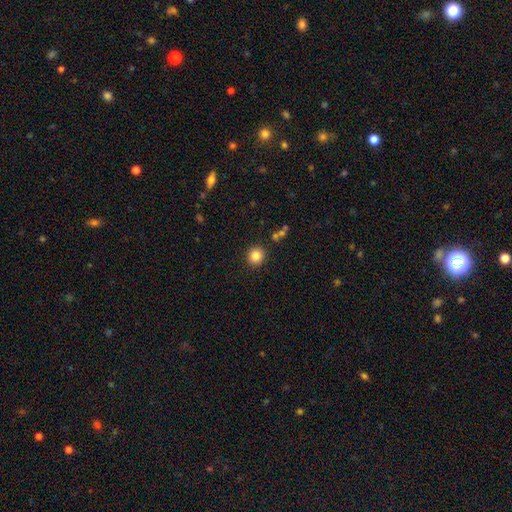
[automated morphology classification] Q: Smooth or featured?
A: smooth (84%); runner-up: star or artifact (11%)
Q: How rounded?
A: round (90%); runner-up: in between (9%)
Q: Merging?
A: none (89%); runner-up: minor disturbance (6%)